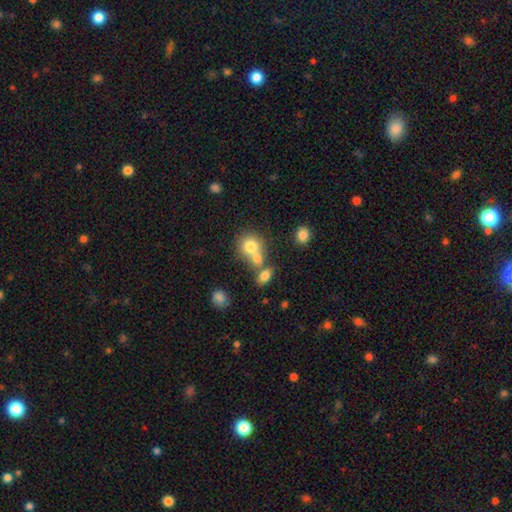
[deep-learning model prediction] Overall: smooth (71%). How rounded: round (79%). Merging: merger (46%; none 42%).